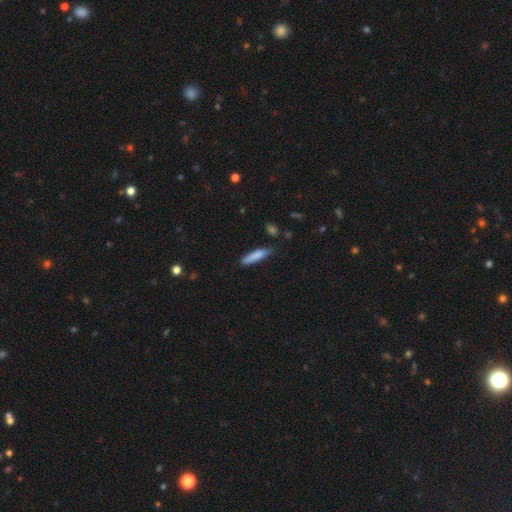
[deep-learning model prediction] Q: Smooth or featured?
A: smooth (82%); runner-up: featured or disk (12%)
Q: How rounded?
A: cigar-shaped (82%); runner-up: in between (17%)
Q: Merging?
A: none (74%); runner-up: minor disturbance (20%)